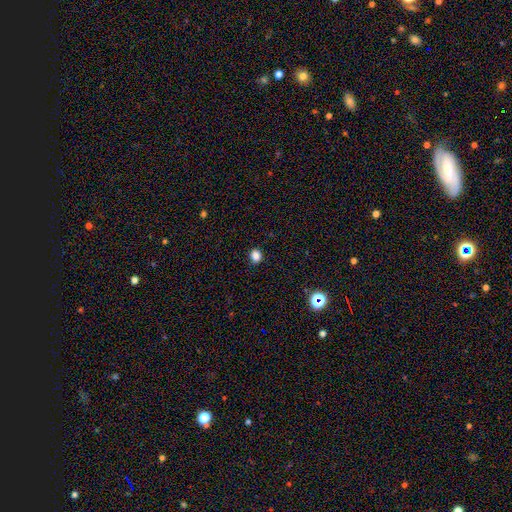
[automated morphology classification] This appears to be a smooth galaxy with no disk features (84%) that is round (68%). Merging: none (89%).